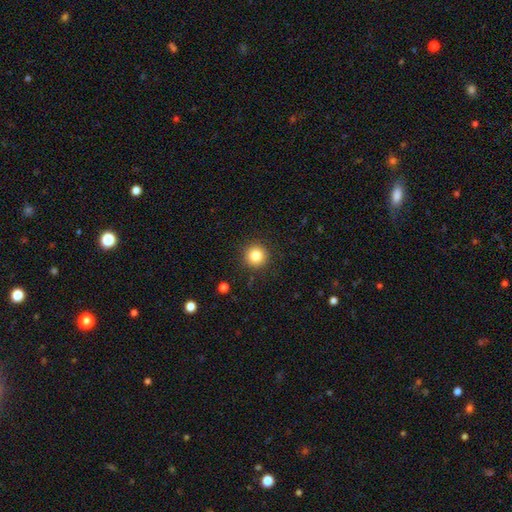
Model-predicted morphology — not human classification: smooth 83%, star or artifact 11%, featured or disk 6%. Down the decision tree: how rounded — round (95%); merging — none (91%).